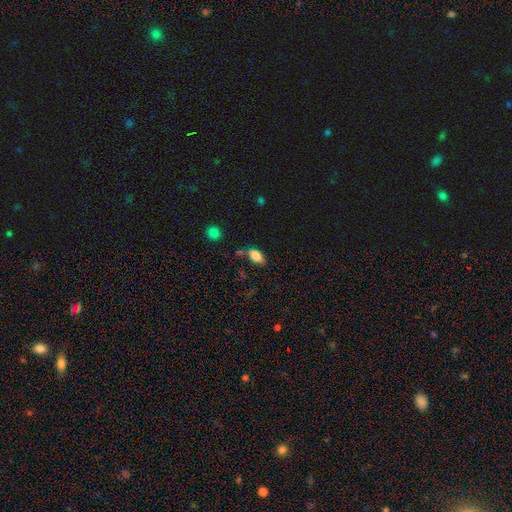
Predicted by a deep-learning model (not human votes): Smooth or featured: smooth — 78% (featured or disk — 13%)
How rounded: in between — 88% (round — 6%)
Merging: none — 60% (minor disturbance — 24%)